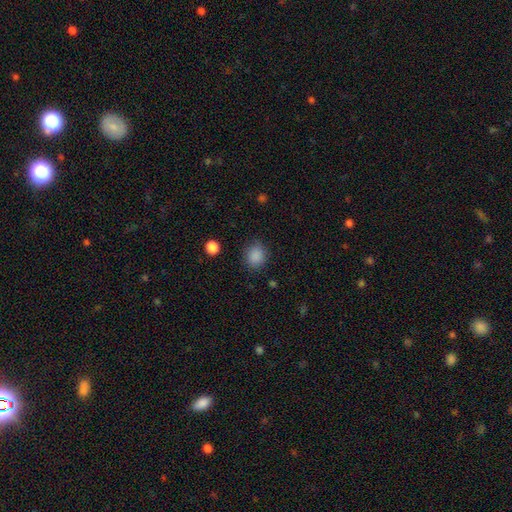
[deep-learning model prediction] smooth-or-featured: smooth: 87% | star or artifact: 10% | featured or disk: 3%
  how-rounded: round: 72% | in between: 27% | cigar-shaped: 1%
  merging: none: 83% | minor disturbance: 12% | major disturbance: 4% | merger: 1%